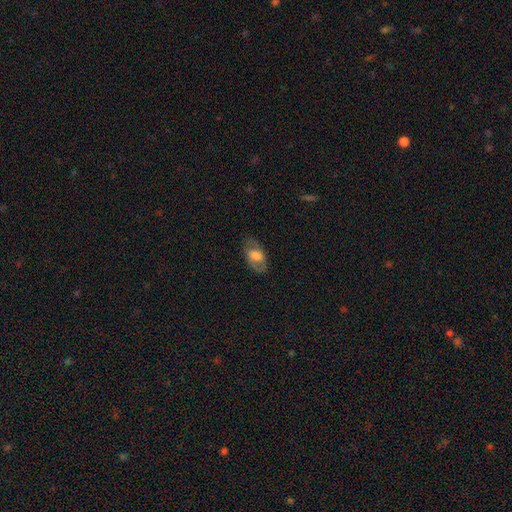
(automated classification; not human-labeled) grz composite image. It shows a smooth galaxy with no disk features (48%). Merging: none (77%).